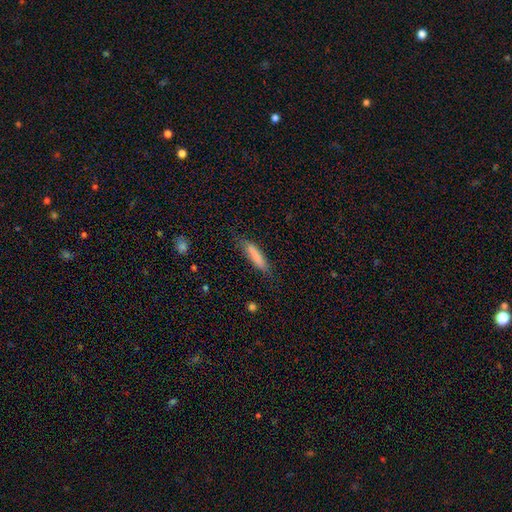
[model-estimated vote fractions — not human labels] smooth-or-featured: smooth: 80% | featured or disk: 14% | star or artifact: 7%
  how-rounded: cigar-shaped: 80% | in between: 18% | round: 1%
  merging: none: 76% | minor disturbance: 18% | major disturbance: 5% | merger: 2%